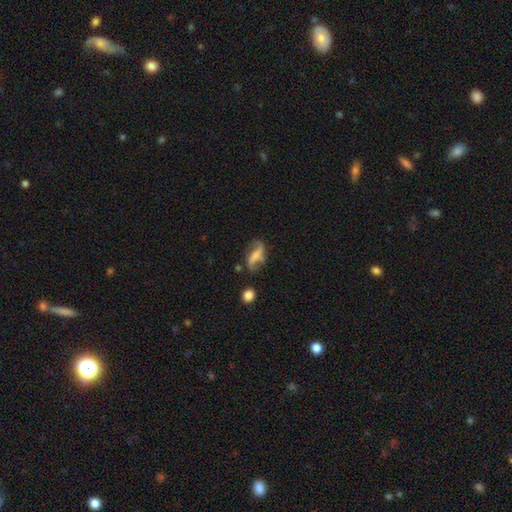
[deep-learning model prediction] smooth_or_featured: featured or disk (p=0.66) [alt: smooth p=0.25]
disk_edge_on: no (p=0.91) [alt: yes p=0.09]
bar: strong (p=0.35) [alt: weak p=0.33]
has_spiral_arms: yes (p=0.86) [alt: no p=0.14]
spiral_winding: loose (p=0.78) [alt: medium p=0.16]
spiral_arm_count: 2 (p=0.85) [alt: 1 p=0.07]
bulge_size: none (p=0.39) [alt: small p=0.34]
merging: none (p=0.57) [alt: minor disturbance p=0.22]